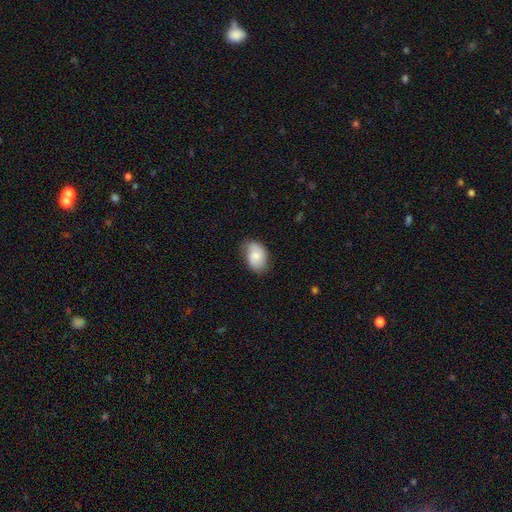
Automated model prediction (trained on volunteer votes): smooth_or_featured: smooth (p=0.73) [alt: featured or disk p=0.20]
how_rounded: in between (p=0.83) [alt: round p=0.16]
merging: none (p=0.63) [alt: minor disturbance p=0.29]